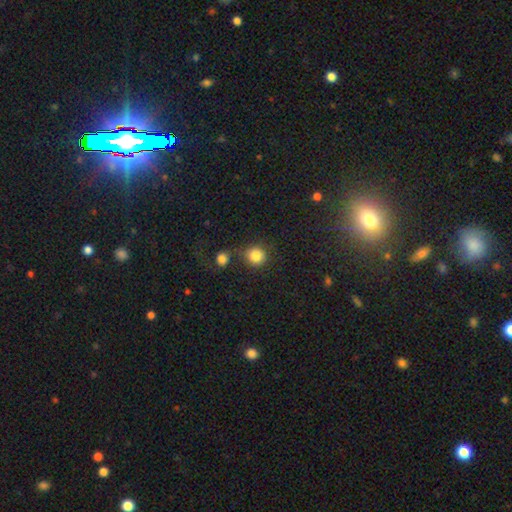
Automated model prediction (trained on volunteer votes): Overall: smooth (85%). How rounded: round (90%). Merging: none (62%).